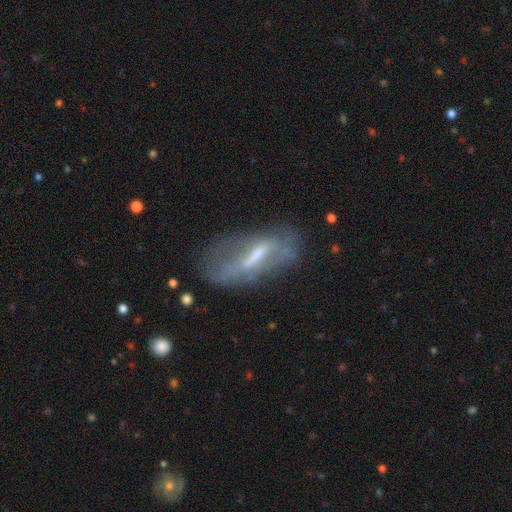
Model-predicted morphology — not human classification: type=featured or disk (60%); edge-on=no (79%); merging=none (51%).